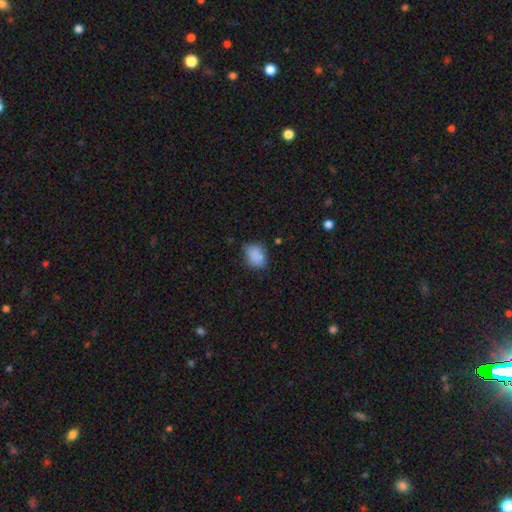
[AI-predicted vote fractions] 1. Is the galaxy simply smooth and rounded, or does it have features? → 85% smooth, 9% star or artifact, 6% featured or disk.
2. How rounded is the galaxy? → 67% in between, 32% round, 1% cigar-shaped.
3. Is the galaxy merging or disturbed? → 62% none, 29% minor disturbance, 7% major disturbance, 2% merger.